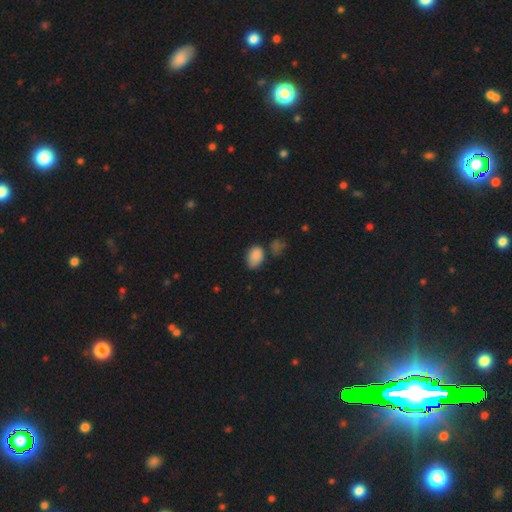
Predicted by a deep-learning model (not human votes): Q: Smooth or featured?
A: smooth (85%); runner-up: star or artifact (10%)
Q: How rounded?
A: in between (85%); runner-up: round (13%)
Q: Merging?
A: none (61%); runner-up: minor disturbance (23%)